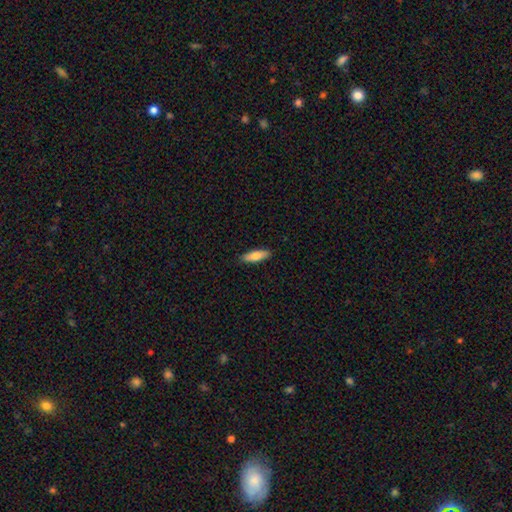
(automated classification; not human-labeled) This appears to be a smooth galaxy with no disk features (77%) that is cigar-shaped (55%). Merging: none (89%).